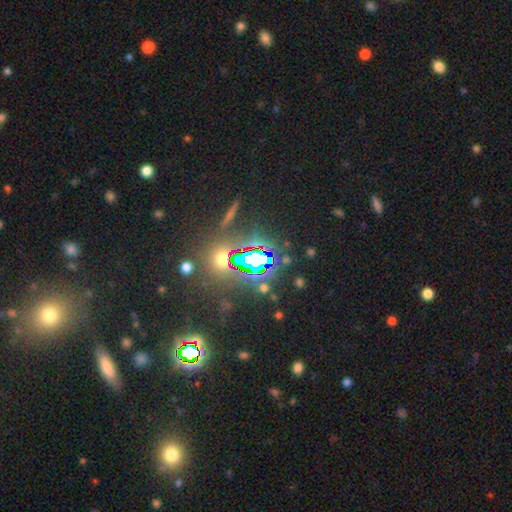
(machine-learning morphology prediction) This appears to be a star or artifact, not a galaxy (78%).